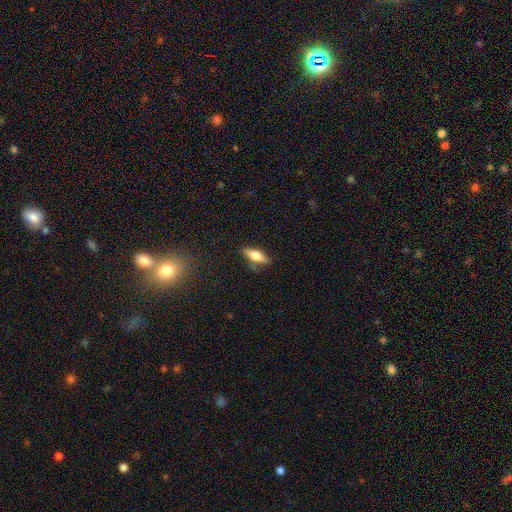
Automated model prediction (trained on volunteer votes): Overall: smooth (63%; featured or disk 30%). How rounded: in between (60%; cigar-shaped 37%). Merging: none (81%).